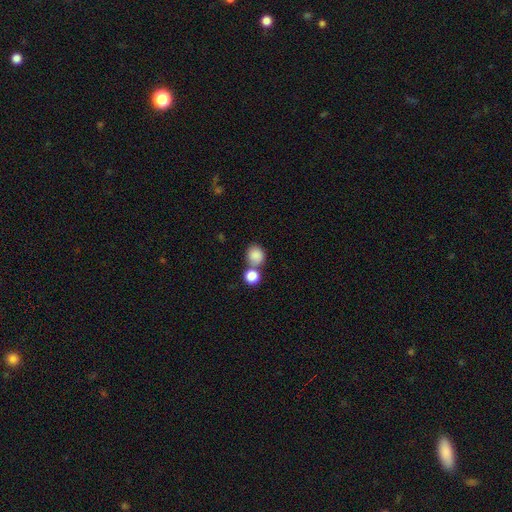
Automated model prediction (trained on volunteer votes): Overall: smooth (85%). How rounded: round (77%). Merging: none (51%; merger 36%).